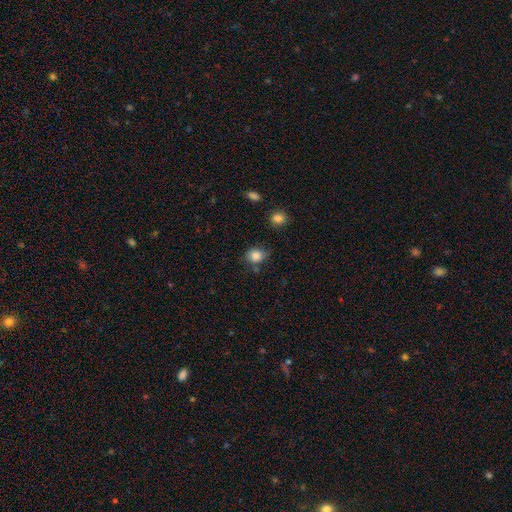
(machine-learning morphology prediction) The model was most divided on "how rounded": round: 56%, in between: 43%, cigar-shaped: 1%. More confident: smooth or featured — smooth (84%); merging — none (64%).